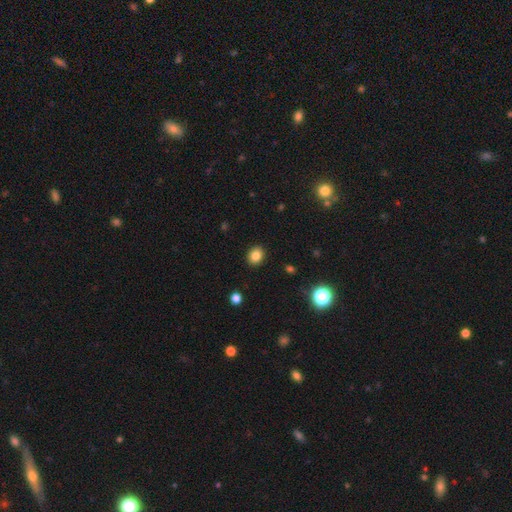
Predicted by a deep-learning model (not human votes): This is clearly a smooth galaxy (84%). How rounded: possibly round (56%). Merging: clearly none (91%).